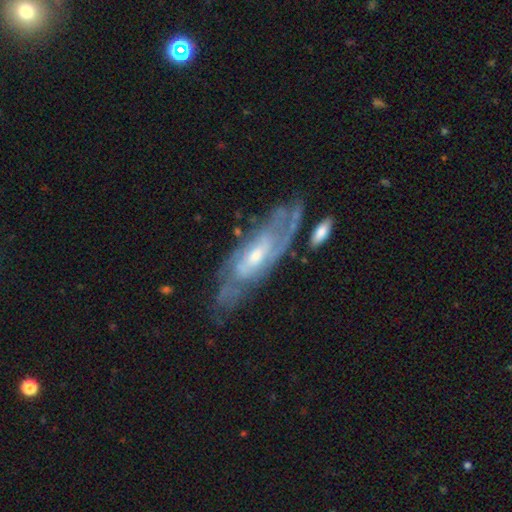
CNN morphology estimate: smooth-or-featured: featured or disk: 81% | smooth: 13% | star or artifact: 6%
  disk-edge-on: no: 80% | yes: 20%
    bar: no: 47% | weak: 40% | strong: 12%
    has-spiral-arms: yes: 86% | no: 14%
      spiral-winding: tight: 56% | medium: 34% | loose: 10%
      spiral-arm-count: can't tell: 54% | 2: 24% | 3: 10% | 4: 5% | 1: 4% | more than 4: 3%
    bulge-size: small: 48% | moderate: 46% | large: 3% | none: 2% | dominant: 1%
  merging: none: 64% | minor disturbance: 20% | major disturbance: 9% | merger: 6%